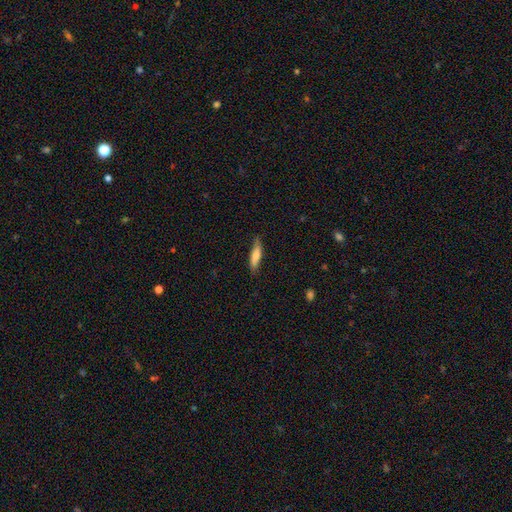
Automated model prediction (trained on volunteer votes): The model was most divided on "how rounded": cigar-shaped: 74%, in between: 24%, round: 2%. More confident: merging — none (79%); smooth or featured — smooth (72%).